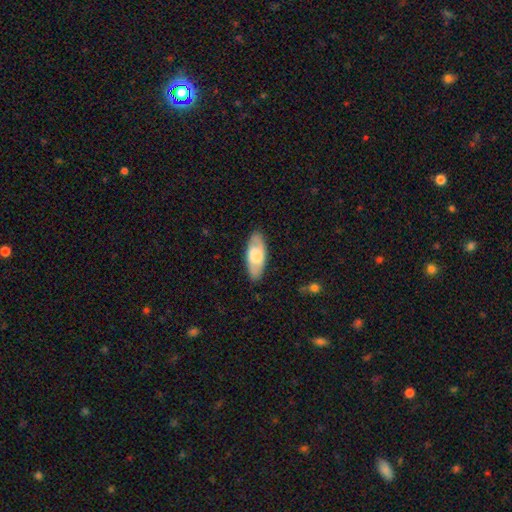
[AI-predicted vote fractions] smooth-or-featured: smooth: 58% | featured or disk: 37% | star or artifact: 5%
  how-rounded: in between: 82% | cigar-shaped: 16% | round: 2%
  merging: none: 87% | minor disturbance: 10% | major disturbance: 2% | merger: 1%